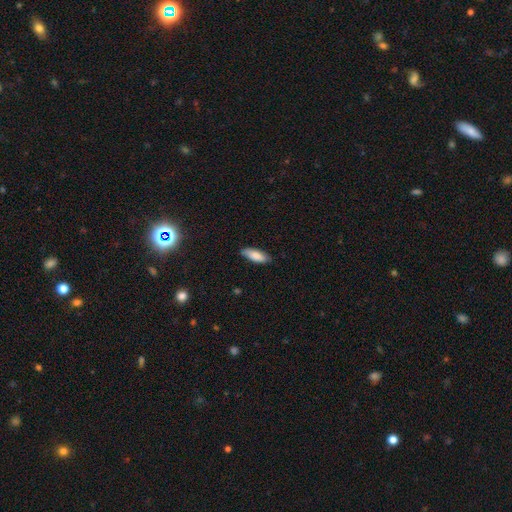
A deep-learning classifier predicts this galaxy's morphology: Q: Smooth or featured?
A: smooth (85%); runner-up: featured or disk (9%)
Q: How rounded?
A: in between (68%); runner-up: cigar-shaped (31%)
Q: Merging?
A: none (83%); runner-up: minor disturbance (14%)